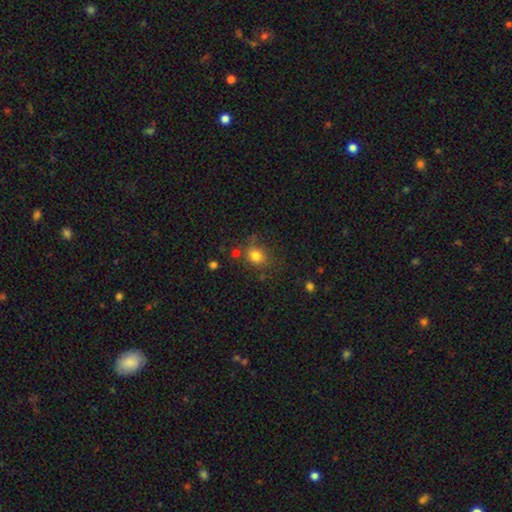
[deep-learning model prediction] A smooth galaxy with no disk features (79%) that is round (62%).

Vote fractions:
- Smooth or featured? smooth: 79% / star or artifact: 13% / featured or disk: 8%
- How rounded? round: 62% / in between: 37% / cigar-shaped: 1%
- Merging? none: 70% / minor disturbance: 17% / merger: 7% / major disturbance: 6%